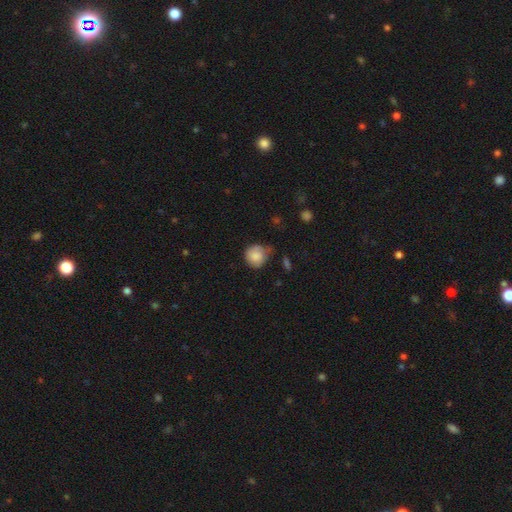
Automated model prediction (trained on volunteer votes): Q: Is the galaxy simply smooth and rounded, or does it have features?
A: smooth — 80%.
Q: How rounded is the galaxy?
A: round — 82%.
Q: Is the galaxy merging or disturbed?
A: none — 50%.